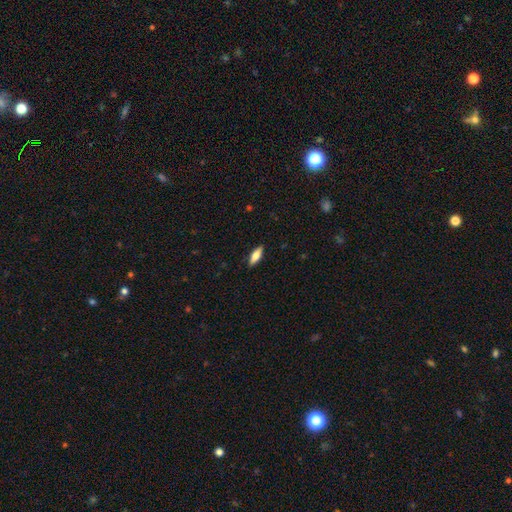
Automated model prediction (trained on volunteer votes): smooth_or_featured: smooth (p=0.67) [alt: featured or disk p=0.26]
how_rounded: in between (p=0.58) [alt: cigar-shaped p=0.39]
merging: none (p=0.89) [alt: minor disturbance p=0.08]